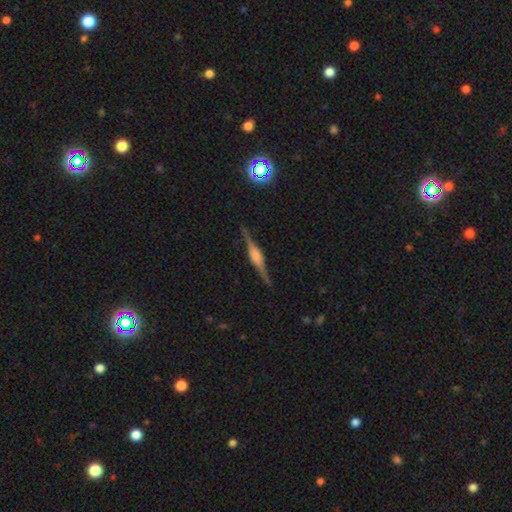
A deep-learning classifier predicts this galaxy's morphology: Smooth or featured? featured or disk (82%)
Edge-on disk? yes (98%)
Edge-on bulge? rounded (66%)
Merging? none (87%)